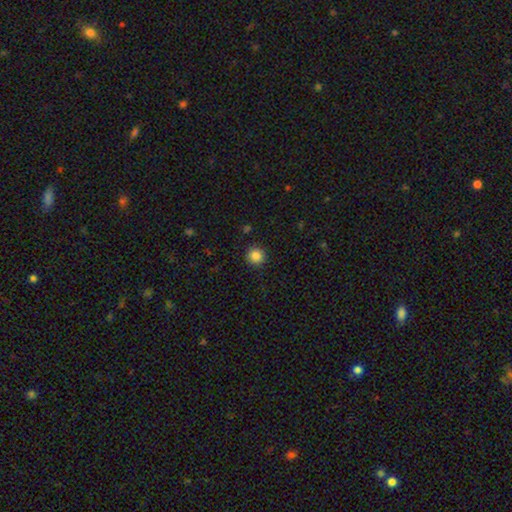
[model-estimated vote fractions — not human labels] Q: Smooth or featured?
A: smooth (86%); runner-up: star or artifact (10%)
Q: How rounded?
A: round (95%); runner-up: in between (4%)
Q: Merging?
A: none (92%); runner-up: minor disturbance (5%)